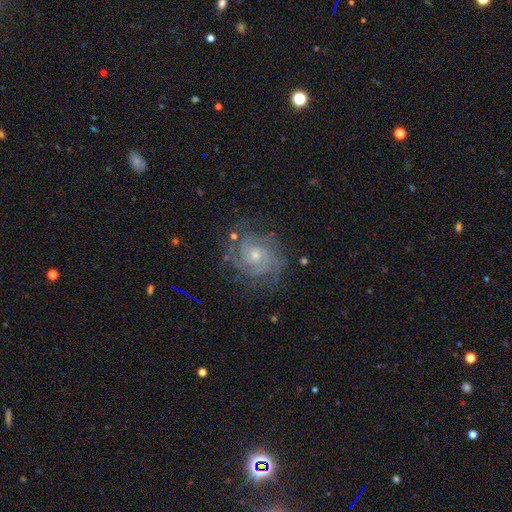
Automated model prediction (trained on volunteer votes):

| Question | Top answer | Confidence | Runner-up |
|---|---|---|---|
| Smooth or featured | featured or disk | 86% | star or artifact (7%) |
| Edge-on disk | no | 98% | yes (2%) |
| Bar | no | 75% | weak (21%) |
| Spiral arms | yes | 97% | no (3%) |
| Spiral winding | tight | 70% | medium (25%) |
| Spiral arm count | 3 | 25% | can't tell (24%) |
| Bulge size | small | 60% | moderate (36%) |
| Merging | none | 75% | minor disturbance (16%) |